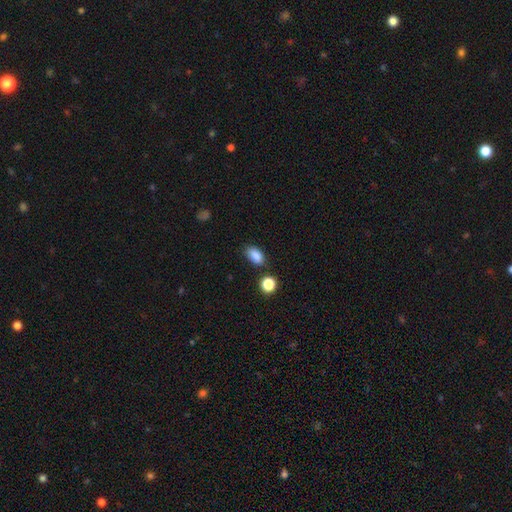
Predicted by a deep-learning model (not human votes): smooth_or_featured: smooth (p=0.87) [alt: star or artifact p=0.09]
how_rounded: in between (p=0.88) [alt: round p=0.09]
merging: none (p=0.78) [alt: minor disturbance p=0.14]